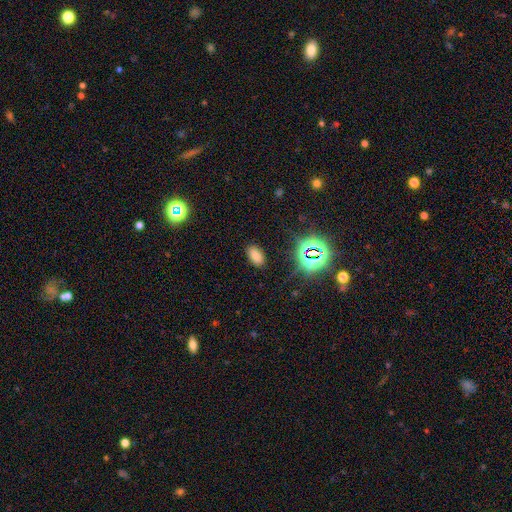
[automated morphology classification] The model was most divided on "smooth or featured": smooth: 69%, star or artifact: 24%, featured or disk: 7%. More confident: how rounded — in between (92%); merging — none (87%).